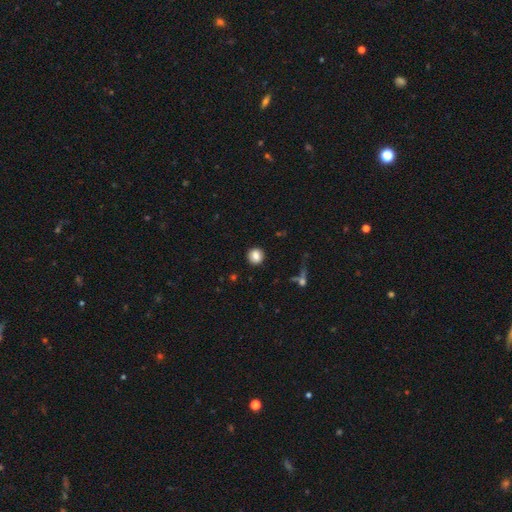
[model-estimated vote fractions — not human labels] Morphology: type=smooth (83%); roundness=round (88%); merging=none (90%).